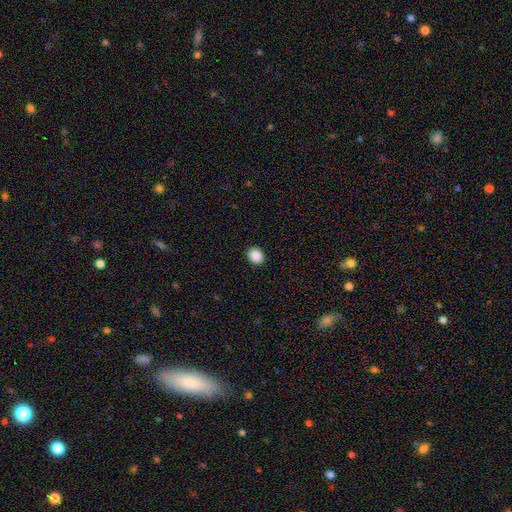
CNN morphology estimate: Smooth or featured? smooth (88%)
How rounded? round (62%)
Merging? none (92%)